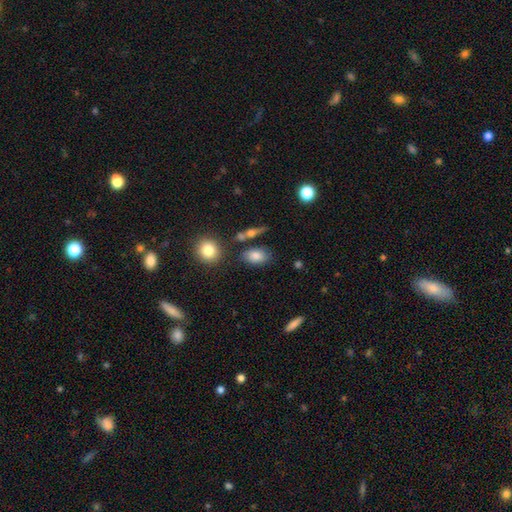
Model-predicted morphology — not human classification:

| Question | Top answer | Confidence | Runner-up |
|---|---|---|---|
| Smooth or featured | smooth | 81% | featured or disk (10%) |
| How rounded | in between | 84% | round (13%) |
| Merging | none | 70% | minor disturbance (15%) |